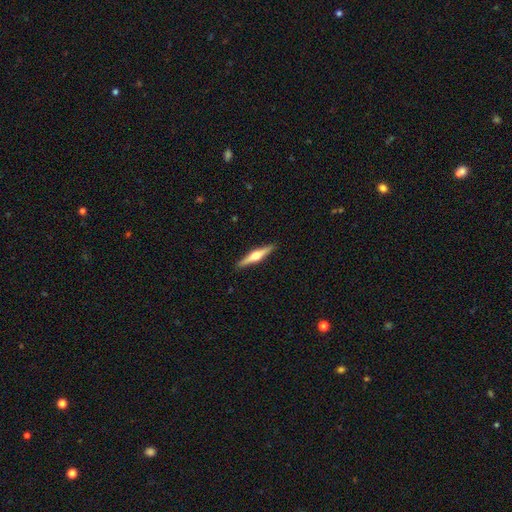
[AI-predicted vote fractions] Smooth or featured: featured or disk — 71% (smooth — 24%)
Edge-on disk: yes — 98% (no — 2%)
Edge-on bulge: rounded — 95% (boxy — 3%)
Merging: none — 92% (minor disturbance — 6%)